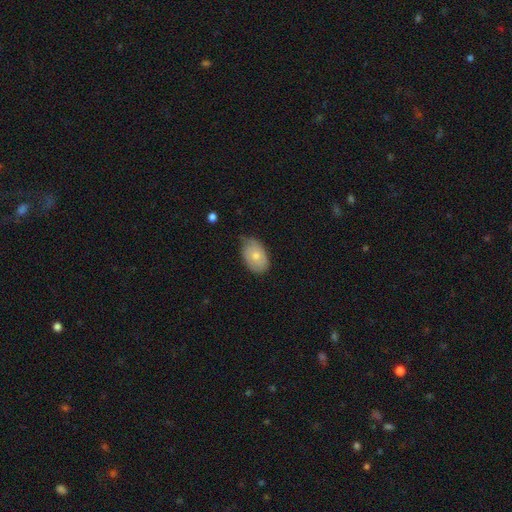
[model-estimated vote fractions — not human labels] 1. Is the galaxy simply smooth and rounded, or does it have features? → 70% smooth, 24% featured or disk, 6% star or artifact.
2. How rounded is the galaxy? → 88% in between, 10% round, 1% cigar-shaped.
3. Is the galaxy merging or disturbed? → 50% none, 41% minor disturbance, 7% major disturbance, 2% merger.